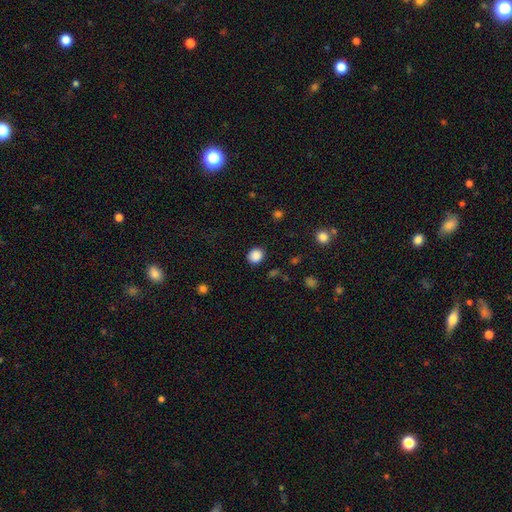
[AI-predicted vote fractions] Morphology: type=smooth (87%); roundness=round (77%); merging=none (88%).